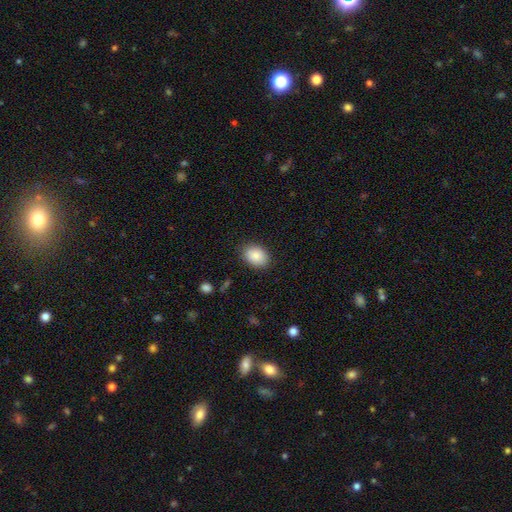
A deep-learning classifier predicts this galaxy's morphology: smooth-or-featured: smooth: 86% | star or artifact: 7% | featured or disk: 6%
  how-rounded: in between: 71% | round: 29% | cigar-shaped: 1%
  merging: none: 86% | minor disturbance: 10% | major disturbance: 2% | merger: 1%